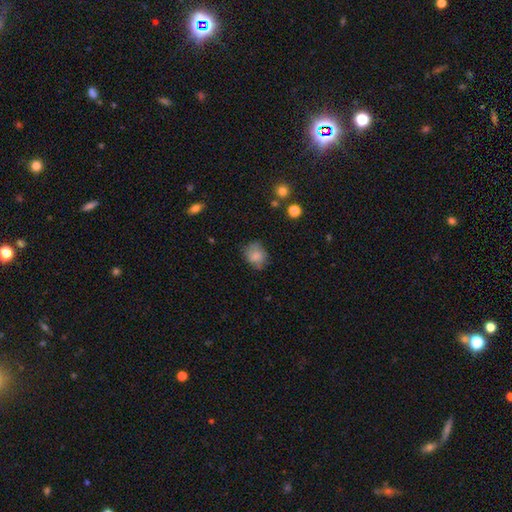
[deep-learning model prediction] Smooth or featured: smooth — 75% (featured or disk — 16%)
How rounded: round — 56% (in between — 43%)
Merging: none — 67% (minor disturbance — 24%)